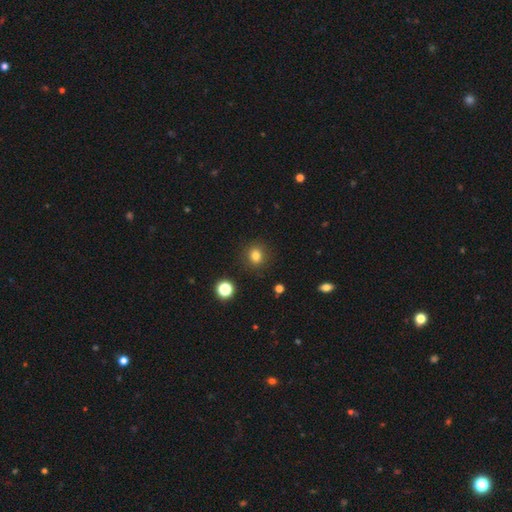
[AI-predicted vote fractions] Morphology: type=smooth (81%); roundness=round (79%); merging=none (89%).